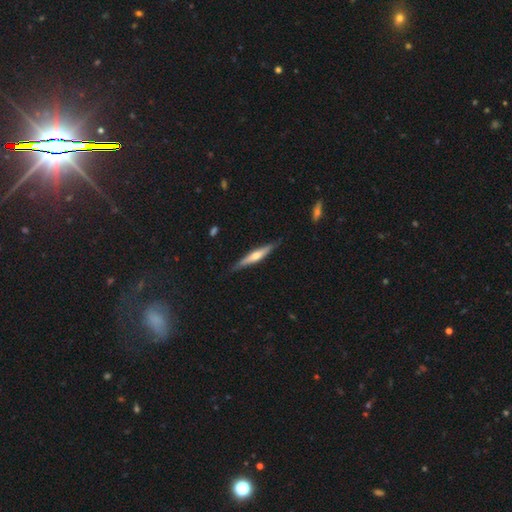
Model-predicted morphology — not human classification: Overall: featured or disk (60%; smooth 35%). Edge-on disk: yes (96%). Edge-on bulge: rounded (83%). Merging: none (85%).